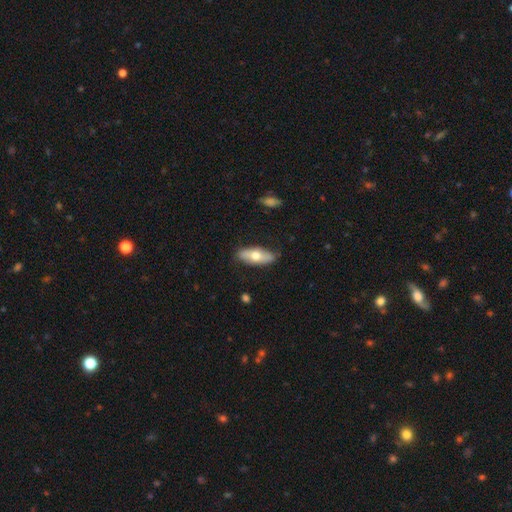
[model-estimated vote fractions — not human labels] Smooth or featured? Predicted: smooth (p=0.60). How rounded? Predicted: in between (p=0.74). Merging? Predicted: none (p=0.82).